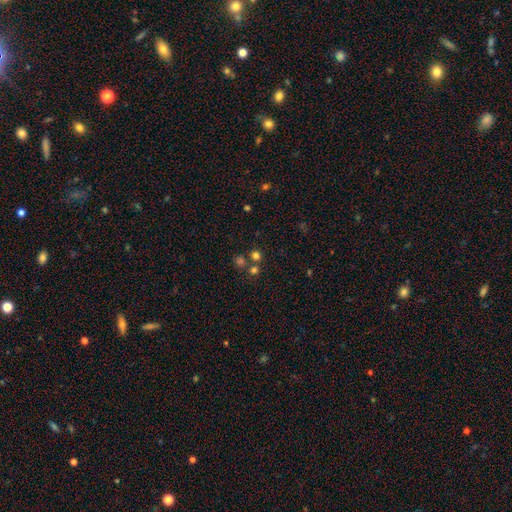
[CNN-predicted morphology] Q: Smooth or featured?
A: smooth (68%); runner-up: star or artifact (25%)
Q: How rounded?
A: round (88%); runner-up: in between (11%)
Q: Merging?
A: none (68%); runner-up: merger (23%)